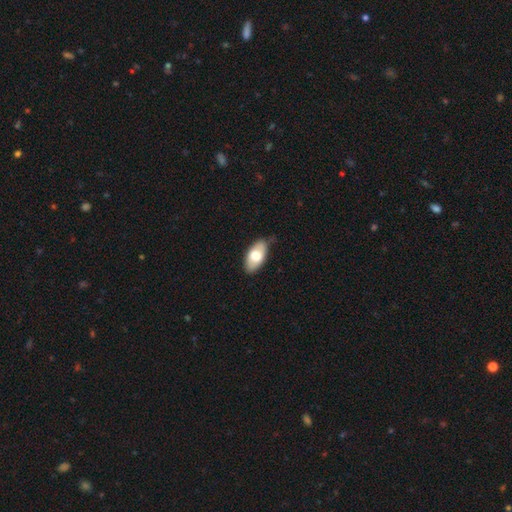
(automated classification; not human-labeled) A smooth galaxy with no disk features (71%) that is in between round and cigar-shaped (92%). Merging: none (77%).